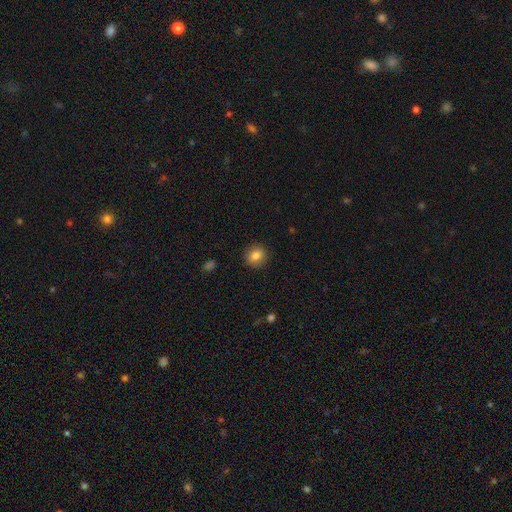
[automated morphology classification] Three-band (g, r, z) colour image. It shows a smooth galaxy with no disk features (83%) that is round (89%). Merging: none (91%).